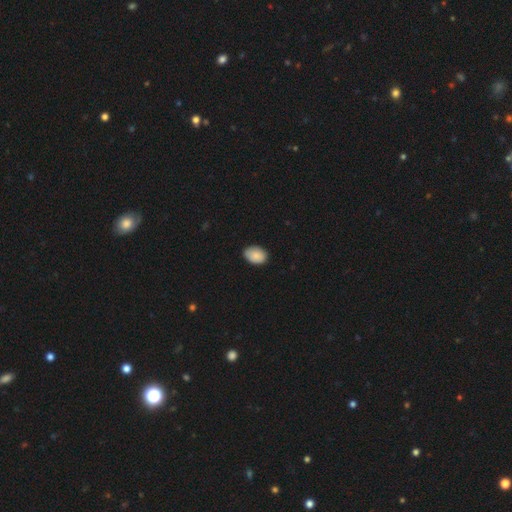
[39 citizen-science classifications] This appears to be a smooth galaxy with no disk features (85%) that is in between round and cigar-shaped (85%). Merging: none (81%).